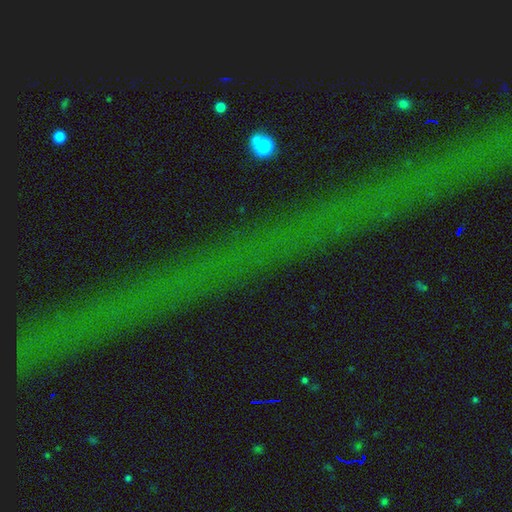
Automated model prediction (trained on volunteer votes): A star or artifact, not a galaxy (76%).